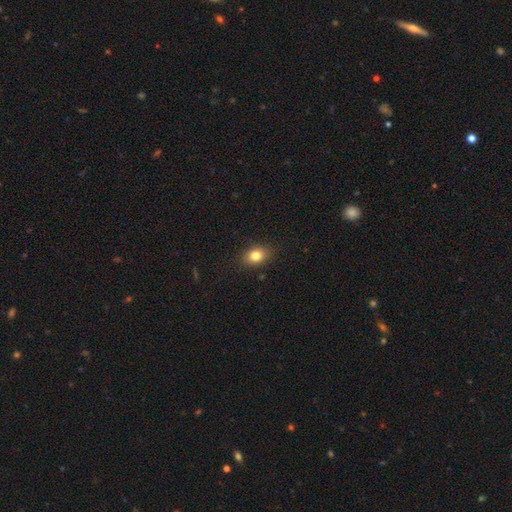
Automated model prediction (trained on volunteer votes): Morphology: type=smooth (82%); roundness=in between (72%); merging=none (86%).